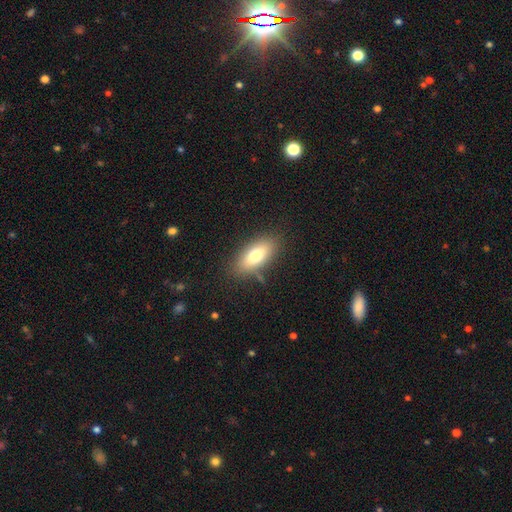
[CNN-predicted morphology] A smooth galaxy with no disk features (74%) that is in between round and cigar-shaped (84%). Merging: none (80%).